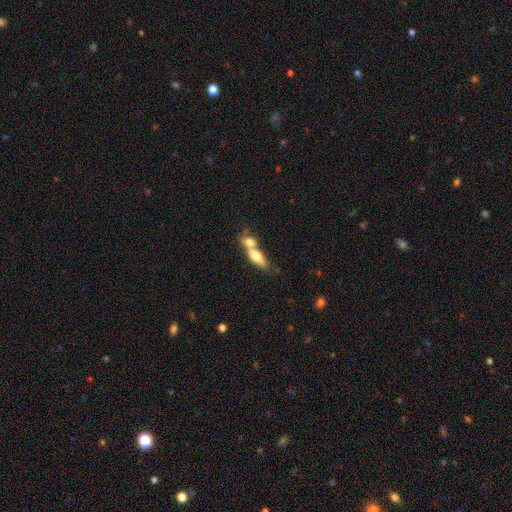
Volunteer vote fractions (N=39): This is likely a smooth galaxy (74%). How rounded: likely in between (79%). Merging: likely merger (76%).